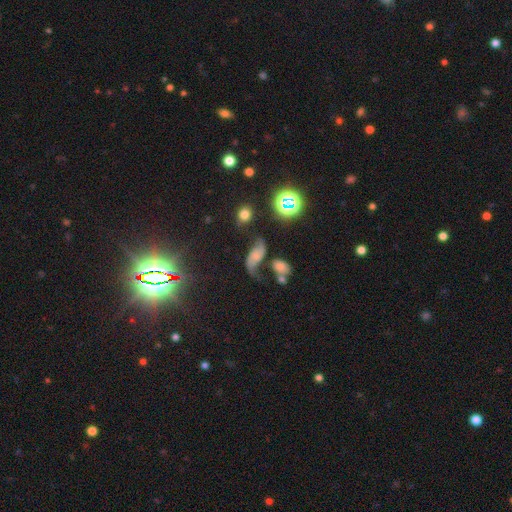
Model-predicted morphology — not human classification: Smooth or featured?
  - featured or disk: 53% *
  - smooth: 29%
  - star or artifact: 18%
Edge-on disk?
  - no: 93% *
  - yes: 7%
Merging?
  - none: 39% *
  - merger: 20%
  - minor disturbance: 20%
  - major disturbance: 20%